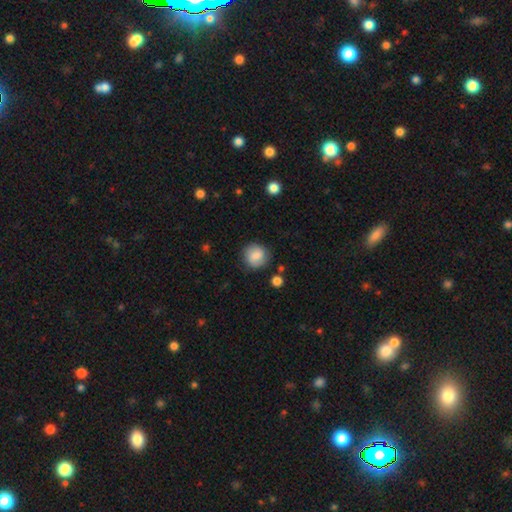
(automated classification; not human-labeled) smooth-or-featured: smooth: 78% | featured or disk: 14% | star or artifact: 8%
  how-rounded: round: 88% | in between: 11% | cigar-shaped: 1%
  merging: none: 83% | minor disturbance: 12% | major disturbance: 3% | merger: 2%